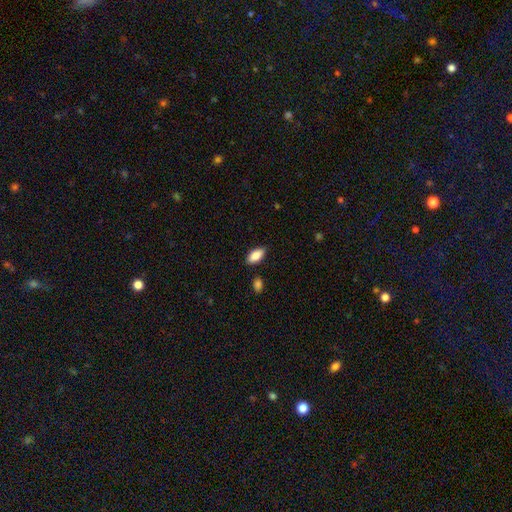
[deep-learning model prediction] Q: Smooth or featured?
A: smooth (86%); runner-up: featured or disk (7%)
Q: How rounded?
A: in between (92%); runner-up: cigar-shaped (5%)
Q: Merging?
A: none (86%); runner-up: minor disturbance (10%)